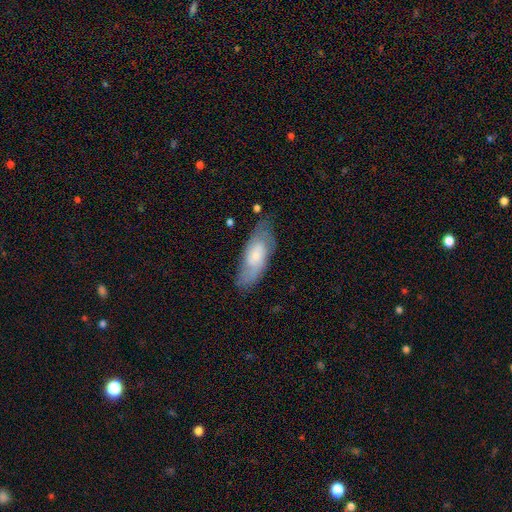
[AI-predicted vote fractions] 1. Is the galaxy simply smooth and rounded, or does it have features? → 51% featured or disk, 42% smooth, 7% star or artifact.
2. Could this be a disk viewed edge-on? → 86% no, 14% yes.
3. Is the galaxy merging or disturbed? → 68% none, 23% minor disturbance, 8% major disturbance, 2% merger.